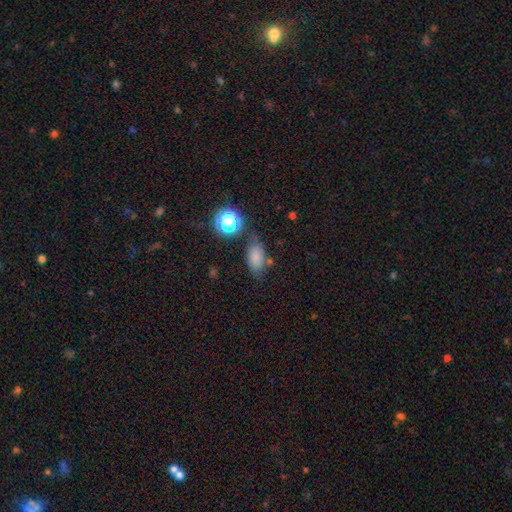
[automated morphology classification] This is possibly a smooth galaxy (48%). Merging: likely none (70%).